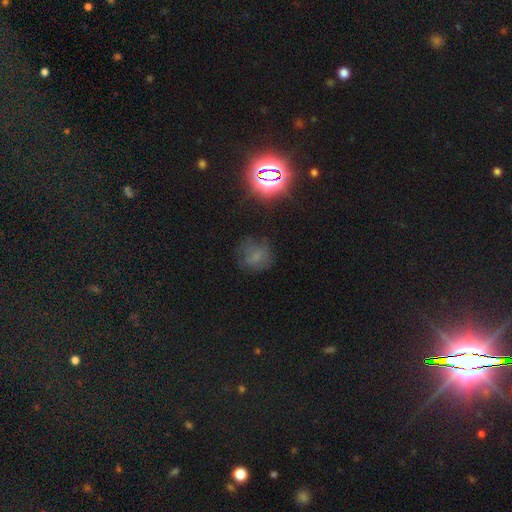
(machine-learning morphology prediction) Smooth or featured? Predicted: smooth (p=0.54). How rounded? Predicted: round (p=0.76). Merging? Predicted: none (p=0.61).